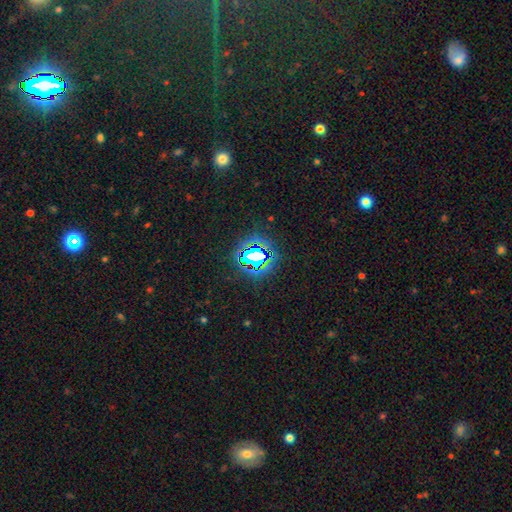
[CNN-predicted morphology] Overall: star or artifact (73%).